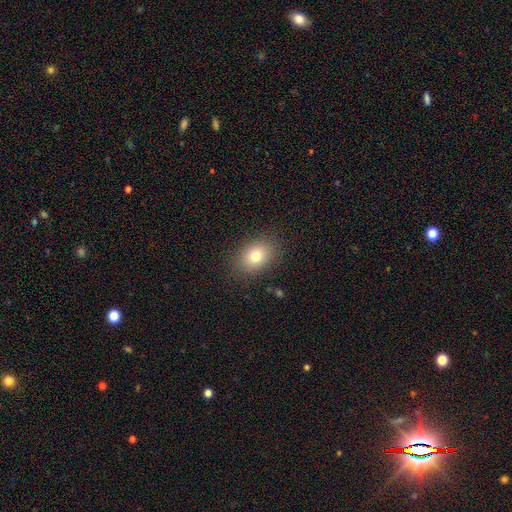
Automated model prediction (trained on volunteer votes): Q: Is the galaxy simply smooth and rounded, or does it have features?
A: smooth — 78%.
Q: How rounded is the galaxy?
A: in between — 66%.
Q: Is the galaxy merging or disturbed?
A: none — 86%.